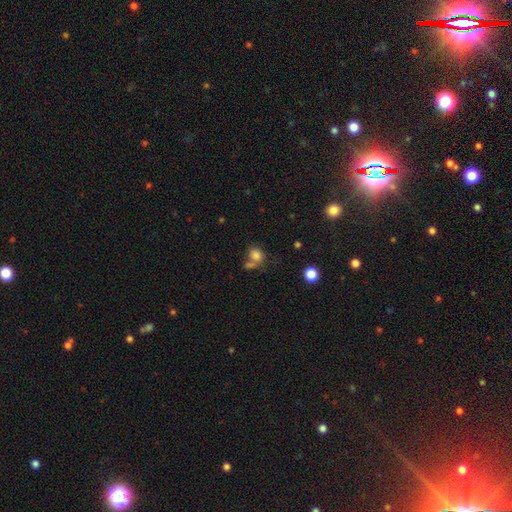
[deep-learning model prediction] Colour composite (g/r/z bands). It shows a smooth galaxy with no disk features (79%) that is round (64%). Merging: none (43%).